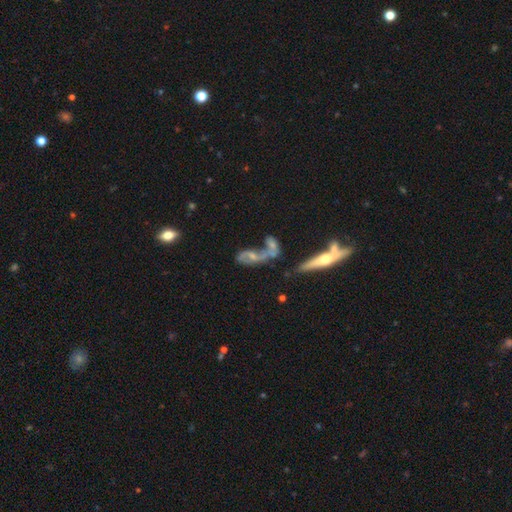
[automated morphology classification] A featured or disk galaxy (70%). Merging: merger (41%).